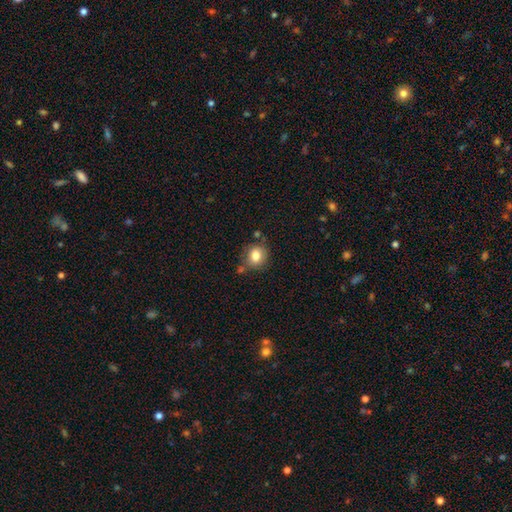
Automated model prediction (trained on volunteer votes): Smooth or featured: smooth — 81% (star or artifact — 10%)
How rounded: round — 73% (in between — 26%)
Merging: none — 72% (minor disturbance — 15%)